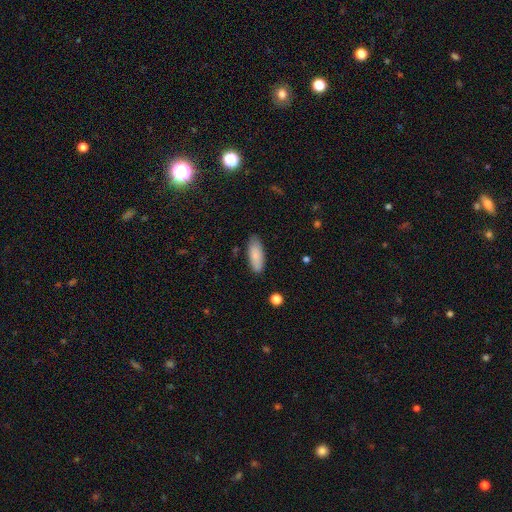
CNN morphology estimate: smooth_or_featured: smooth (p=0.85) [alt: featured or disk p=0.09]
how_rounded: in between (p=0.73) [alt: cigar-shaped p=0.25]
merging: none (p=0.84) [alt: minor disturbance p=0.13]